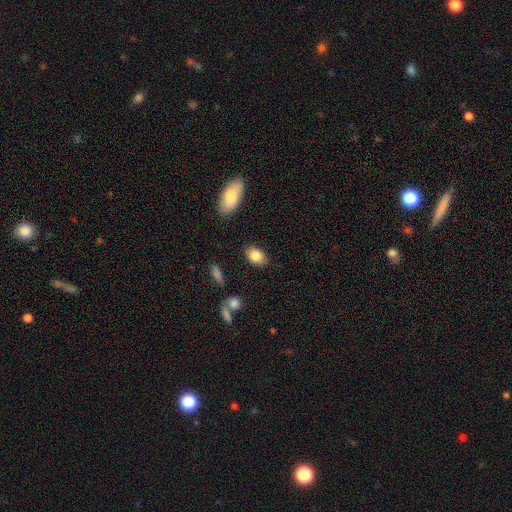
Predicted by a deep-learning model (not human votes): This appears to be a smooth galaxy with no disk features (83%) that is in between round and cigar-shaped (79%). Merging: none (83%).